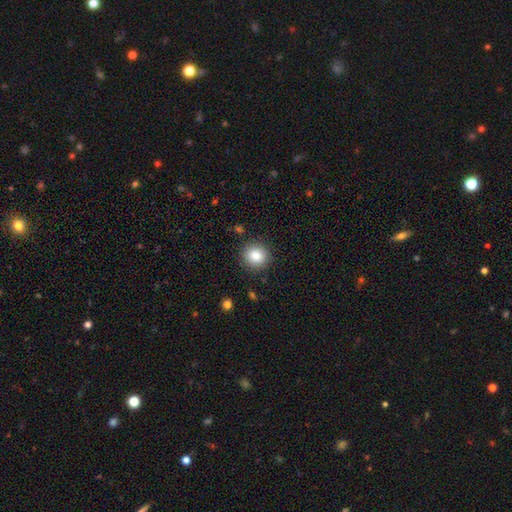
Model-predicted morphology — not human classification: The model was most divided on "smooth or featured": smooth: 85%, star or artifact: 9%, featured or disk: 5%. More confident: merging — none (88%); how rounded — round (88%).